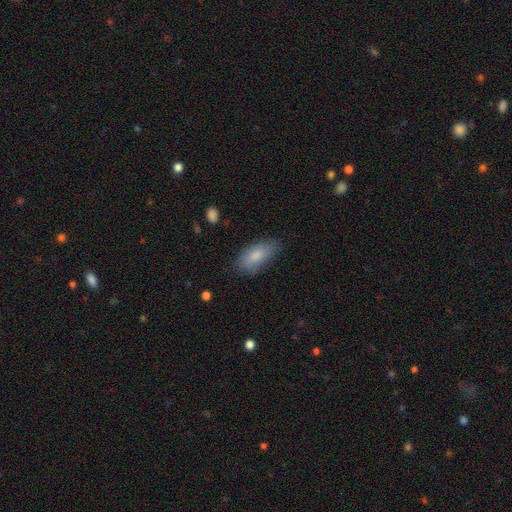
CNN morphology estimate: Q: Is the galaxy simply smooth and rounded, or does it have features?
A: smooth — 80%.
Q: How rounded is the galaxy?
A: in between — 90%.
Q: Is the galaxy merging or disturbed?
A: none — 71%.